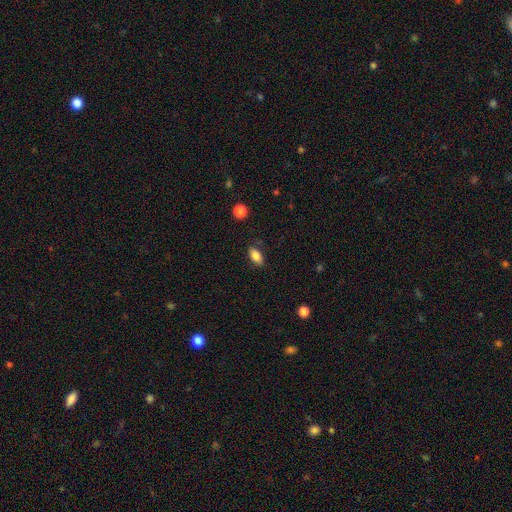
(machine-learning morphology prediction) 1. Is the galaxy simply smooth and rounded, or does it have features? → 83% smooth, 8% star or artifact, 8% featured or disk.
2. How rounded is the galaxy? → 88% in between, 6% cigar-shaped, 5% round.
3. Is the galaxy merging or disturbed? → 84% none, 12% minor disturbance, 3% major disturbance, 1% merger.